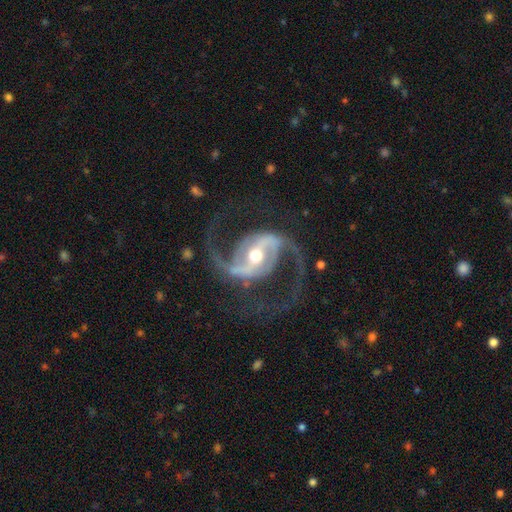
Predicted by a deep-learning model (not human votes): Smooth or featured? Predicted: featured or disk (p=0.93). Edge-on disk? Predicted: no (p=0.98). Bar? Predicted: strong (p=0.57). Spiral arms? Predicted: yes (p=0.98). Spiral winding? Predicted: loose (p=0.46). Spiral arm count? Predicted: 2 (p=0.94). Bulge size? Predicted: moderate (p=0.74). Merging? Predicted: none (p=0.76).